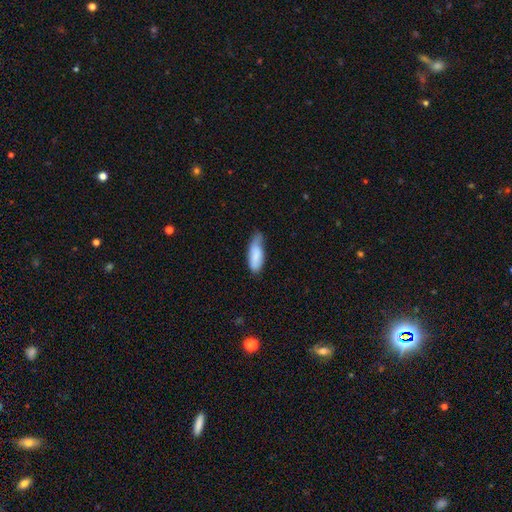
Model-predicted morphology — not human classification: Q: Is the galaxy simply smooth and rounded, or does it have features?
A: smooth — 84%.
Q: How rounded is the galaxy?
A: in between — 73%.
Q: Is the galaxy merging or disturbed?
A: minor disturbance — 44%.